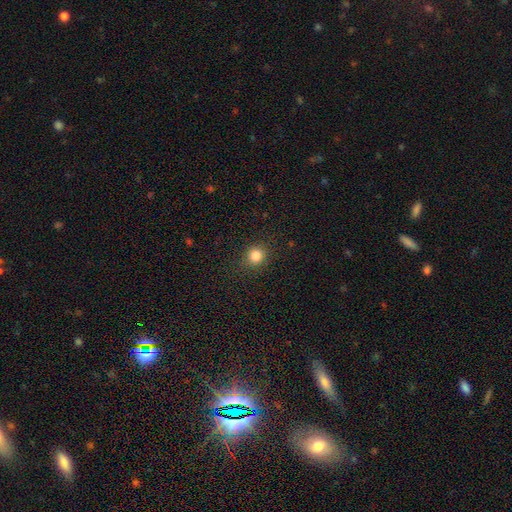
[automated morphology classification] type=smooth (83%); roundness=round (89%); merging=none (88%).